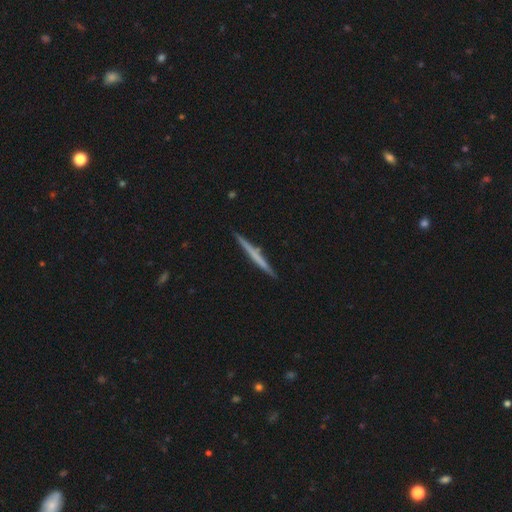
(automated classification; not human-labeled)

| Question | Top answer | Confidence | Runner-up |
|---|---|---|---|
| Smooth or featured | featured or disk | 52% | smooth (43%) |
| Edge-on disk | yes | 98% | no (2%) |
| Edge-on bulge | none | 86% | rounded (9%) |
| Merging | none | 91% | minor disturbance (6%) |